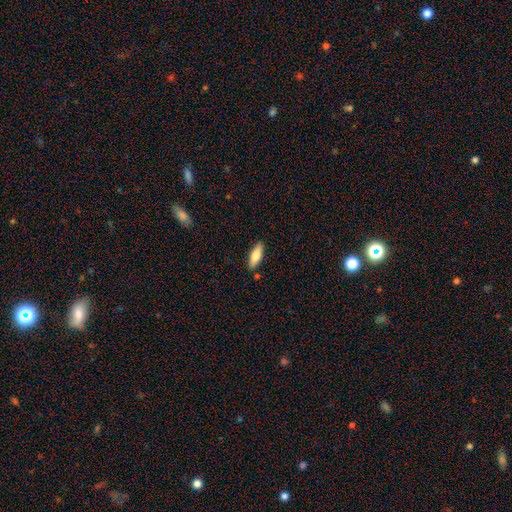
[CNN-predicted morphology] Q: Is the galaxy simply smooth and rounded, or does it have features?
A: smooth — 78%.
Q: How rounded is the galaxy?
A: in between — 64%.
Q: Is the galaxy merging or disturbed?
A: none — 85%.